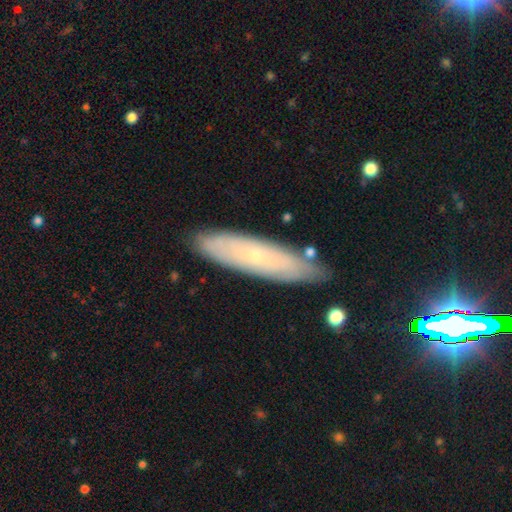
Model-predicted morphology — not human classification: Q: Smooth or featured?
A: featured or disk (53%); runner-up: smooth (39%)
Q: Edge-on disk?
A: no (58%); runner-up: yes (42%)
Q: Merging?
A: none (83%); runner-up: minor disturbance (13%)